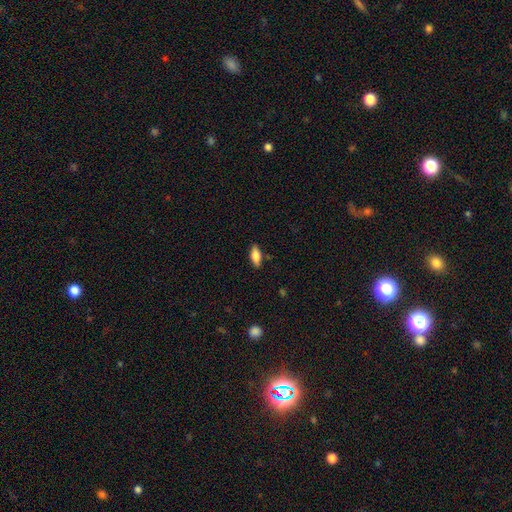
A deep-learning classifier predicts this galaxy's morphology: The model was most divided on "smooth or featured": smooth: 77%, featured or disk: 16%, star or artifact: 7%. More confident: merging — none (84%); how rounded — in between (80%).